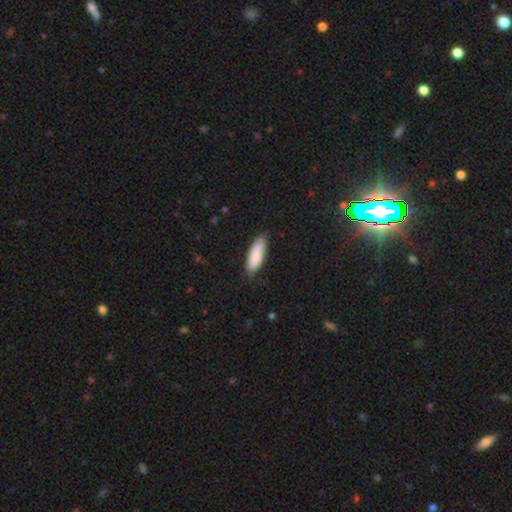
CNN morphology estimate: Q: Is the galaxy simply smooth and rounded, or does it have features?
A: smooth — 87%.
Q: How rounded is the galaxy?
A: in between — 63%.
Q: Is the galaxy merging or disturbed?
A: none — 82%.